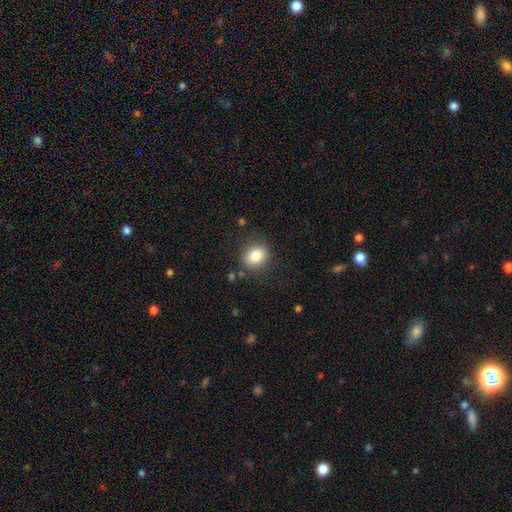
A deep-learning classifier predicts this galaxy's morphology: Smooth or featured: smooth — 83% (star or artifact — 10%)
How rounded: round — 66% (in between — 33%)
Merging: none — 83% (minor disturbance — 11%)